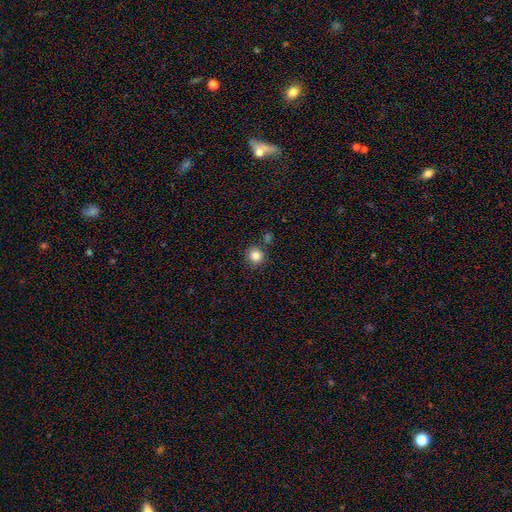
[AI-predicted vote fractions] This is clearly a smooth galaxy (84%). How rounded: clearly round (94%). Merging: clearly none (82%).